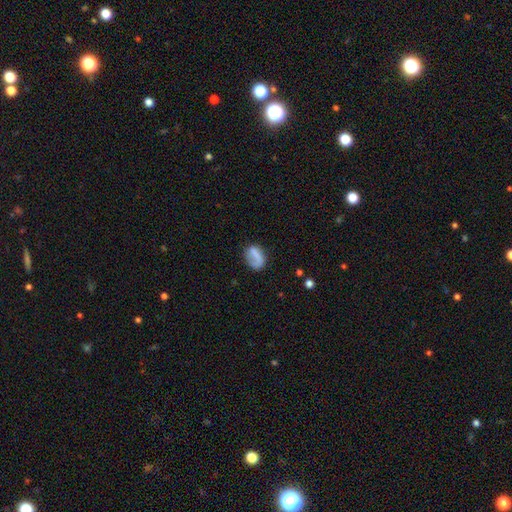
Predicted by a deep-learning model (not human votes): Q: Smooth or featured?
A: smooth (69%); runner-up: featured or disk (22%)
Q: How rounded?
A: in between (73%); runner-up: round (23%)
Q: Merging?
A: none (53%); runner-up: minor disturbance (25%)